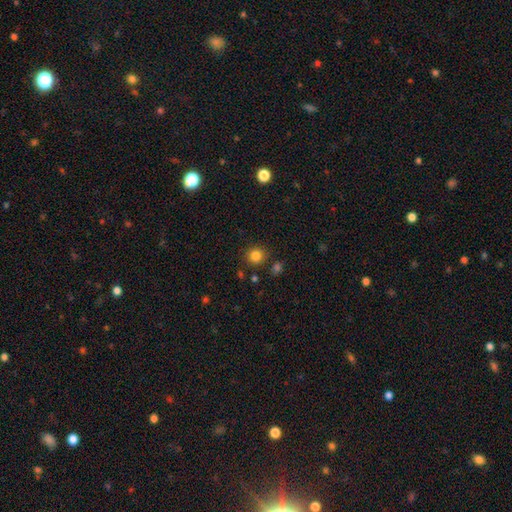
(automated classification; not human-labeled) A smooth galaxy with no disk features (83%) that is round (90%). Merging: none (85%).